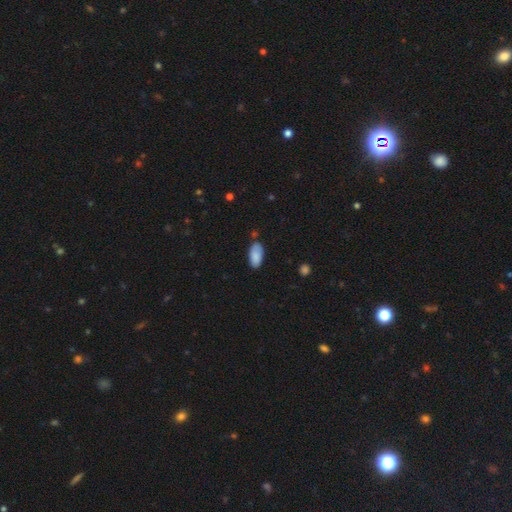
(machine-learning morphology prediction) Smooth or featured: smooth — 87% (star or artifact — 7%)
How rounded: in between — 93% (cigar-shaped — 5%)
Merging: none — 74% (minor disturbance — 19%)